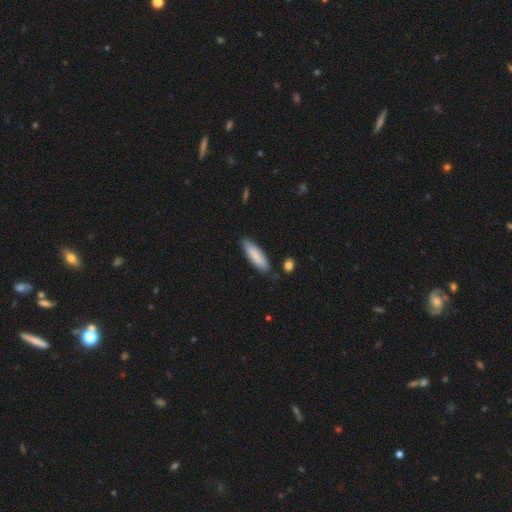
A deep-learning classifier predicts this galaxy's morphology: smooth_or_featured: smooth (p=0.81) [alt: featured or disk p=0.13]
how_rounded: cigar-shaped (p=0.60) [alt: in between p=0.39]
merging: none (p=0.75) [alt: minor disturbance p=0.18]